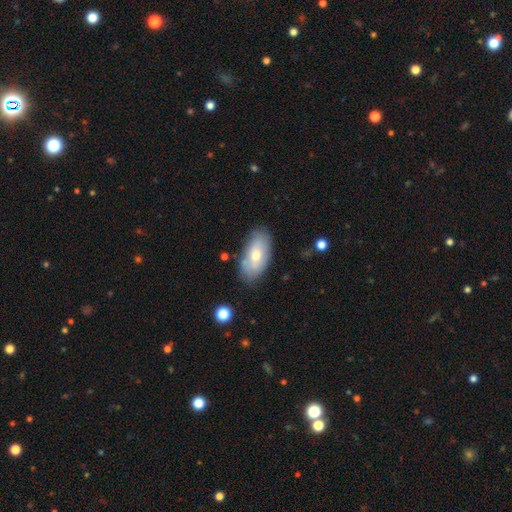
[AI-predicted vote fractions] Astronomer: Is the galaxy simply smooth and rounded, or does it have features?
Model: smooth — 59% (runner-up: featured or disk, 34%).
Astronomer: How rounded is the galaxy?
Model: in between — 92%.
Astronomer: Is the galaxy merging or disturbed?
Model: none — 77%.